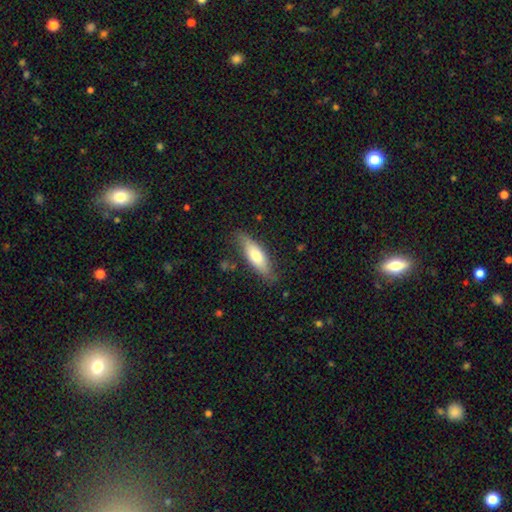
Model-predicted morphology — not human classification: smooth_or_featured: smooth (p=0.66) [alt: featured or disk p=0.28]
how_rounded: cigar-shaped (p=0.50) [alt: in between p=0.48]
merging: none (p=0.77) [alt: minor disturbance p=0.18]